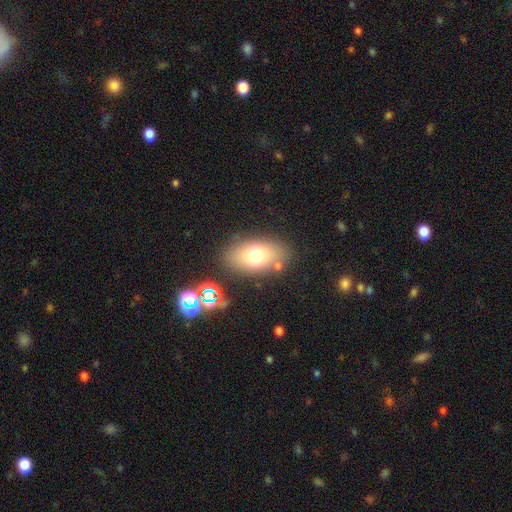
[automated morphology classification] smooth 72%, featured or disk 16%, star or artifact 12%. Down the decision tree: how rounded — in between (88%); merging — none (78%).